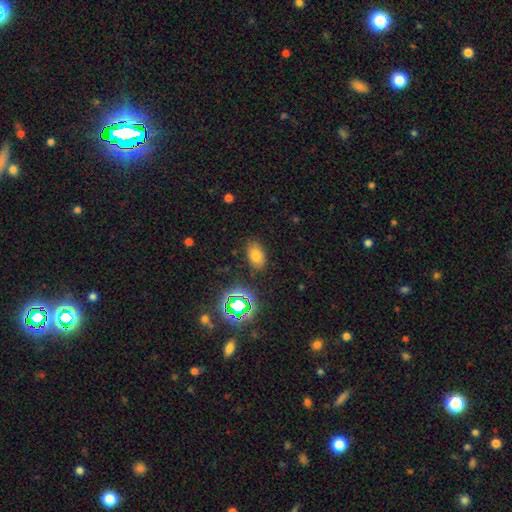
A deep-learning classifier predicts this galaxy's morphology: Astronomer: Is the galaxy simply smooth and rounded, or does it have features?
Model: smooth — 71%.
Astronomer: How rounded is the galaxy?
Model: in between — 87%.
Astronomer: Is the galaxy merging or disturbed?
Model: none — 84%.